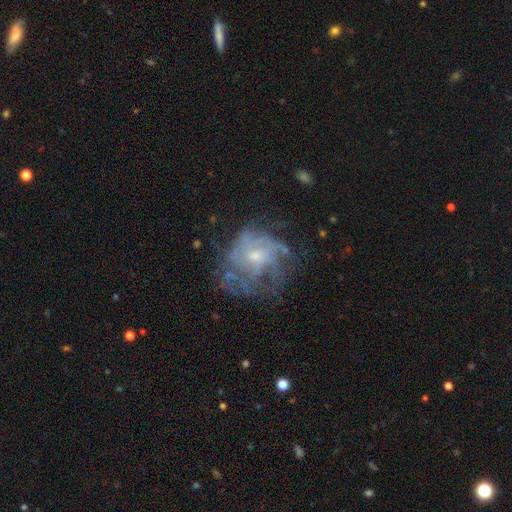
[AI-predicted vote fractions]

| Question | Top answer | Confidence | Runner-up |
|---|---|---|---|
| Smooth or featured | featured or disk | 71% | smooth (18%) |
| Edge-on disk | no | 98% | yes (2%) |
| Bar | no | 77% | weak (21%) |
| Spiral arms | yes | 63% | no (37%) |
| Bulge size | small | 55% | moderate (37%) |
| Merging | none | 50% | major disturbance (26%) |